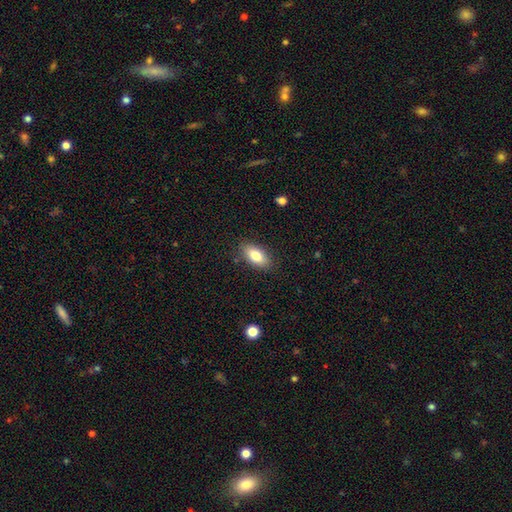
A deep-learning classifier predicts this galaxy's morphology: Smooth or featured? Predicted: smooth (p=0.80). How rounded? Predicted: in between (p=0.88). Merging? Predicted: none (p=0.86).